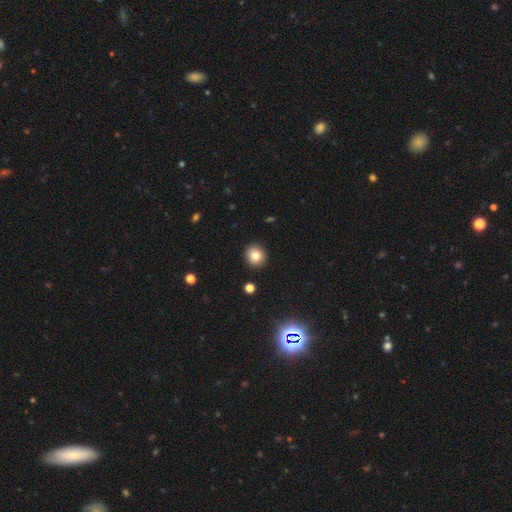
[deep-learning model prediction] smooth-or-featured: smooth: 78% | star or artifact: 11% | featured or disk: 10%
  how-rounded: round: 88% | in between: 11% | cigar-shaped: 1%
  merging: none: 92% | minor disturbance: 5% | major disturbance: 2% | merger: 1%